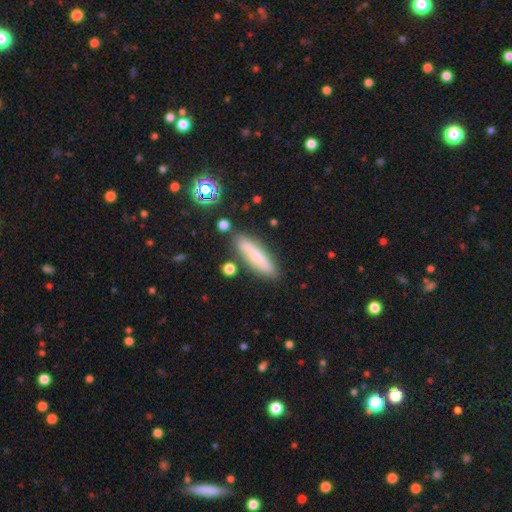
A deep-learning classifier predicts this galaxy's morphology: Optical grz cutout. It shows a smooth galaxy with no disk features (70%) that is cigar-shaped (77%). Merging: none (80%).